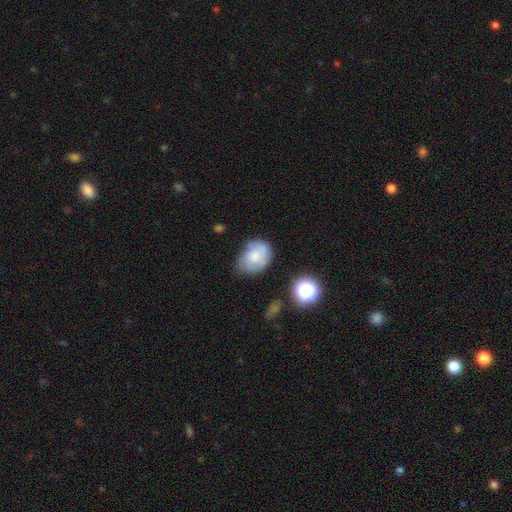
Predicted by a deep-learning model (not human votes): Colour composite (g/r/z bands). It shows a smooth galaxy with no disk features (52%) that is in between round and cigar-shaped (64%). Merging: none (57%).